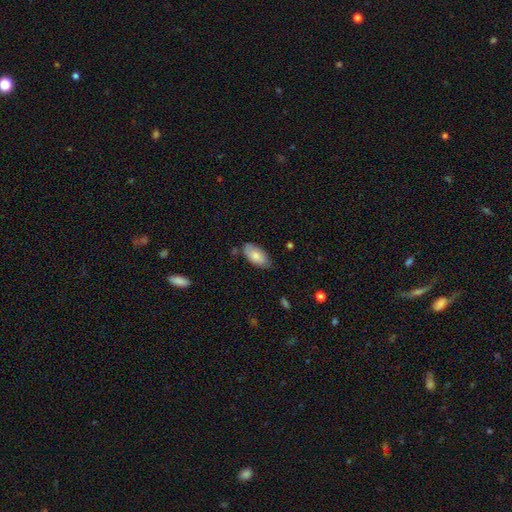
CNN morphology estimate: Q: Smooth or featured?
A: smooth (80%); runner-up: featured or disk (14%)
Q: How rounded?
A: in between (94%); runner-up: cigar-shaped (4%)
Q: Merging?
A: none (71%); runner-up: minor disturbance (23%)